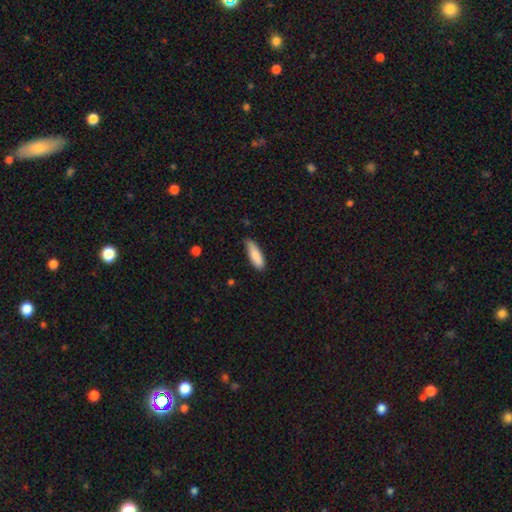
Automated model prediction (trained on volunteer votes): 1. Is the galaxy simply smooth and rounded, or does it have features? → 86% smooth, 8% featured or disk, 6% star or artifact.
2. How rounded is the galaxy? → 51% in between, 47% cigar-shaped, 2% round.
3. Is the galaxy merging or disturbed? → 68% none, 27% minor disturbance, 4% major disturbance, 2% merger.